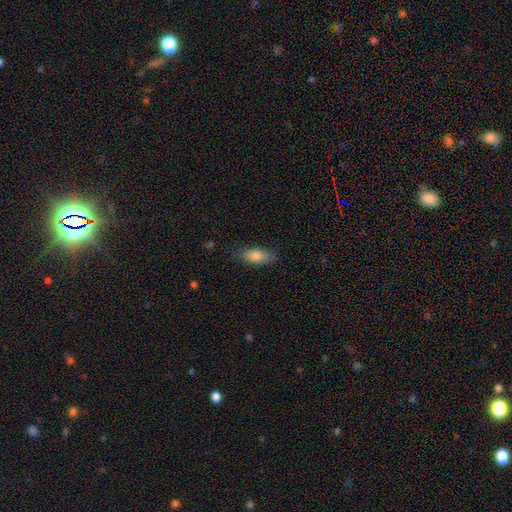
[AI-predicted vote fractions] Smooth or featured: smooth — 81% (featured or disk — 11%)
How rounded: in between — 84% (cigar-shaped — 13%)
Merging: none — 81% (minor disturbance — 15%)